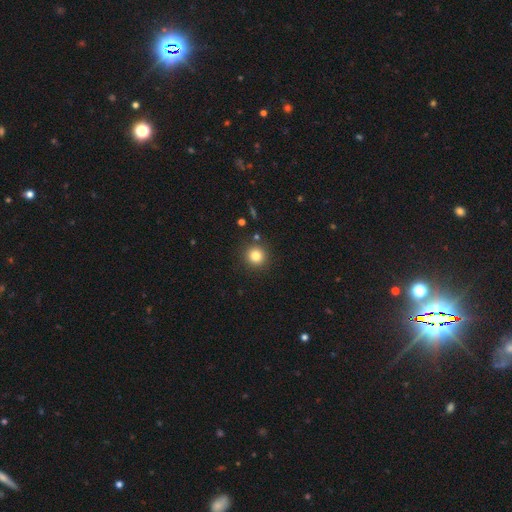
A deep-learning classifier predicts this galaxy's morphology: Overall: smooth (82%). How rounded: round (94%). Merging: none (88%).